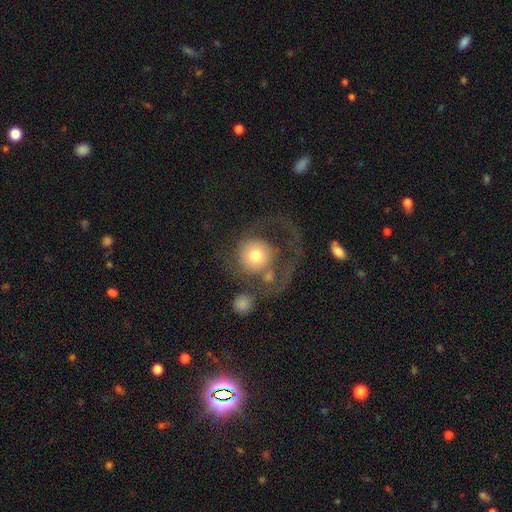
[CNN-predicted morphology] A smooth galaxy with no disk features (55%) that is round (90%).

Vote fractions:
- Smooth or featured? smooth: 55% / featured or disk: 37% / star or artifact: 8%
- How rounded? round: 90% / in between: 9% / cigar-shaped: 1%
- Merging? major disturbance: 39% / none: 31% / merger: 18% / minor disturbance: 12%